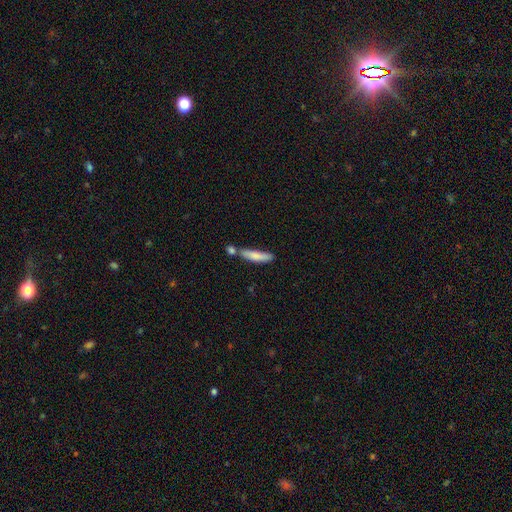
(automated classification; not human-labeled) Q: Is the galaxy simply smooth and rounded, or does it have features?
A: smooth — 77%.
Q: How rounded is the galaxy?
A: cigar-shaped — 82%.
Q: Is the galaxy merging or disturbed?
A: none — 51%.